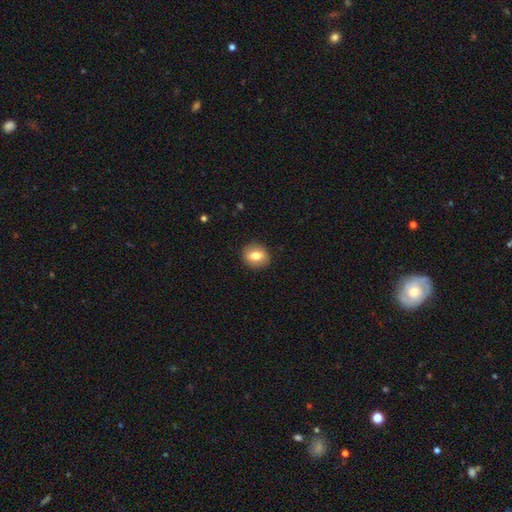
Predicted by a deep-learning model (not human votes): A smooth galaxy with no disk features (72%) that is round (68%).

Vote fractions:
- Smooth or featured? smooth: 72% / featured or disk: 20% / star or artifact: 8%
- How rounded? round: 68% / in between: 31% / cigar-shaped: 1%
- Merging? none: 89% / minor disturbance: 8% / major disturbance: 2% / merger: 1%